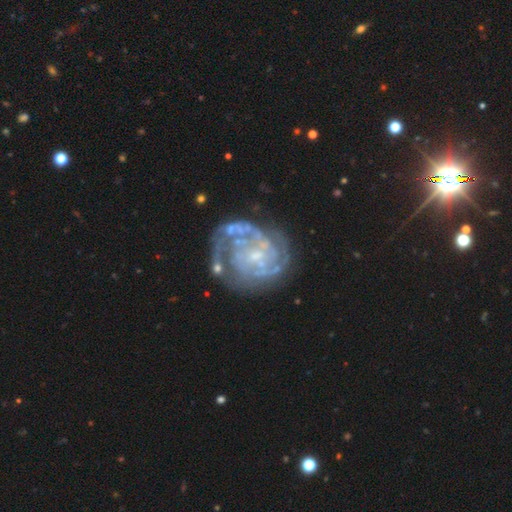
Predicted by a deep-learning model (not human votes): Q: Smooth or featured?
A: featured or disk (85%); runner-up: smooth (8%)
Q: Edge-on disk?
A: no (98%); runner-up: yes (2%)
Q: Bar?
A: no (64%); runner-up: weak (29%)
Q: Spiral arms?
A: yes (89%); runner-up: no (11%)
Q: Spiral winding?
A: tight (61%); runner-up: medium (30%)
Q: Spiral arm count?
A: can't tell (37%); runner-up: 3 (19%)
Q: Bulge size?
A: small (67%); runner-up: none (15%)
Q: Merging?
A: none (61%); runner-up: minor disturbance (20%)